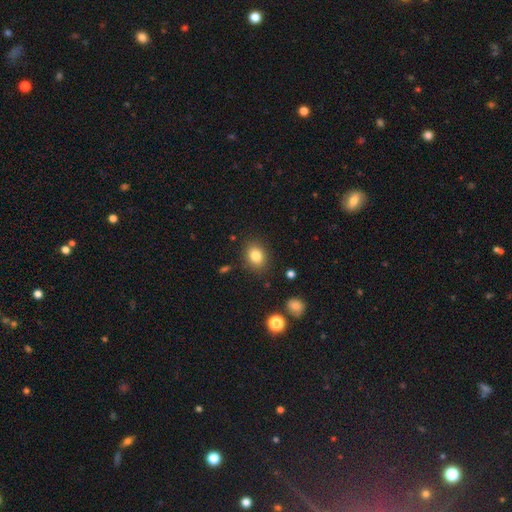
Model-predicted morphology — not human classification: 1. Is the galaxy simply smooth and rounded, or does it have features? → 82% smooth, 11% star or artifact, 7% featured or disk.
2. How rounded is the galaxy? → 53% in between, 46% round, 1% cigar-shaped.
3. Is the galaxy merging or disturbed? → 86% none, 10% minor disturbance, 3% major disturbance, 2% merger.